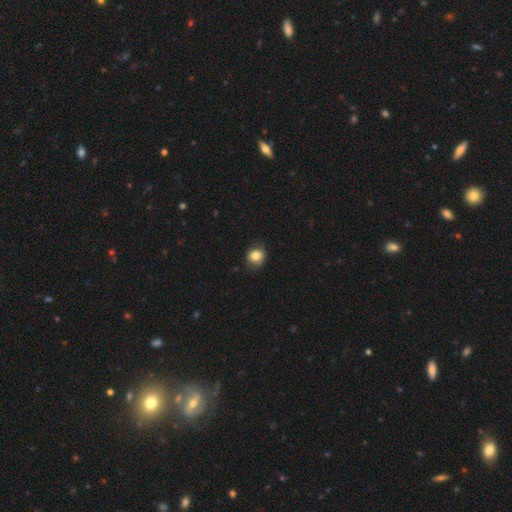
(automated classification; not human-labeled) smooth-or-featured: smooth: 83% | star or artifact: 9% | featured or disk: 8%
  how-rounded: round: 70% | in between: 29% | cigar-shaped: 1%
  merging: none: 75% | minor disturbance: 19% | major disturbance: 4% | merger: 1%